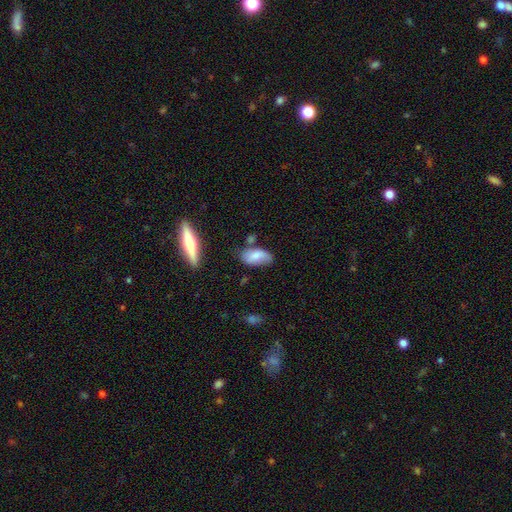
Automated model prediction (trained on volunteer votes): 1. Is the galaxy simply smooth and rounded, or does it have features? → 68% smooth, 24% featured or disk, 8% star or artifact.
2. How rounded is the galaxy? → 92% in between, 5% cigar-shaped, 3% round.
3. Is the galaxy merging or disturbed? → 58% none, 26% minor disturbance, 8% merger, 7% major disturbance.